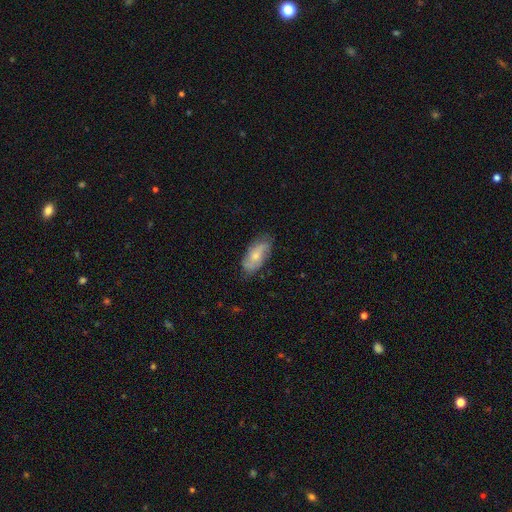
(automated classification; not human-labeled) This is possibly a smooth galaxy (51%). How rounded: clearly in between (86%). Merging: likely none (74%).